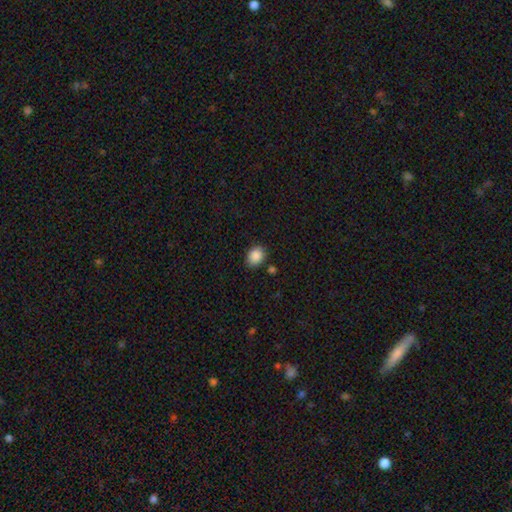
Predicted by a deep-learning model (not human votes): This is clearly a smooth galaxy (88%). How rounded: possibly in between (55%). Merging: clearly none (82%).